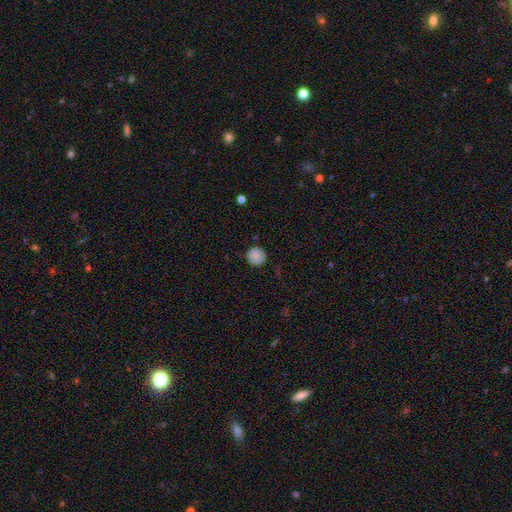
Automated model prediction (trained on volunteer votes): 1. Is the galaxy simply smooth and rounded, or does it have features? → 86% smooth, 9% star or artifact, 5% featured or disk.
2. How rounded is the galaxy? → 93% round, 6% in between, 1% cigar-shaped.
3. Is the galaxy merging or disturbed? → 85% none, 11% minor disturbance, 2% major disturbance, 1% merger.